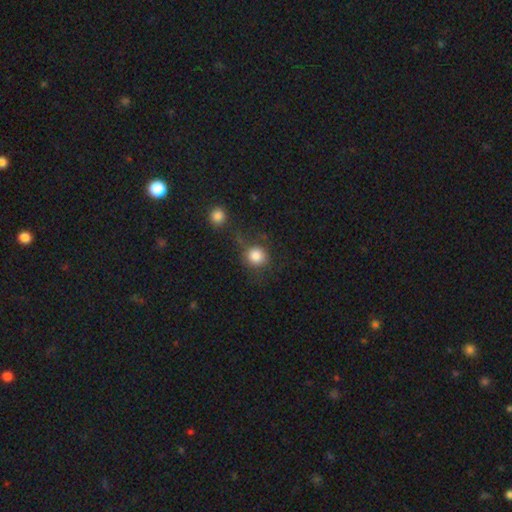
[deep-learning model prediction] Overall: smooth (83%). How rounded: round (90%). Merging: none (66%).